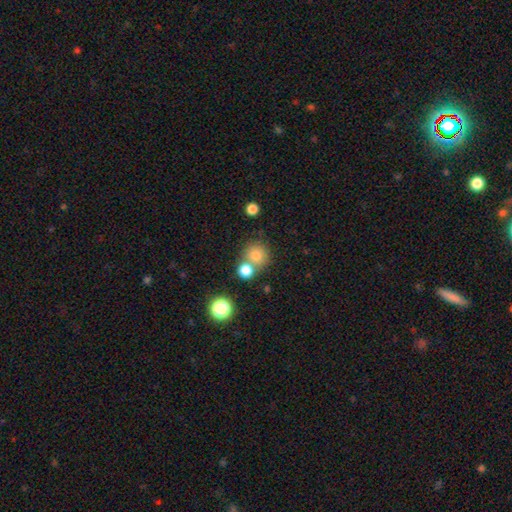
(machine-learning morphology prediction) smooth-or-featured: smooth: 78% | star or artifact: 14% | featured or disk: 9%
  how-rounded: round: 90% | in between: 9% | cigar-shaped: 1%
  merging: none: 61% | merger: 29% | minor disturbance: 8% | major disturbance: 3%